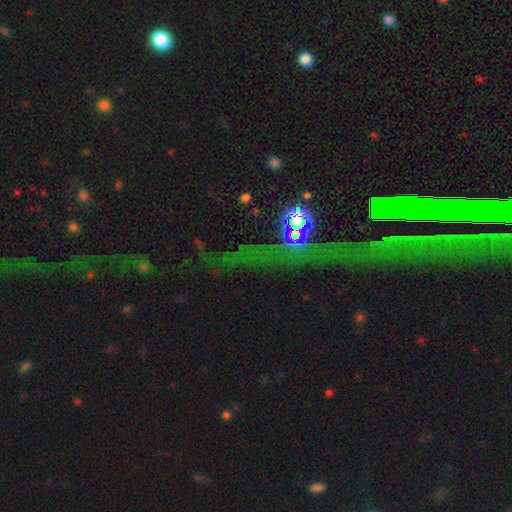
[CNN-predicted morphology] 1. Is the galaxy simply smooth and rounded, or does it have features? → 70% star or artifact, 16% featured or disk, 13% smooth.